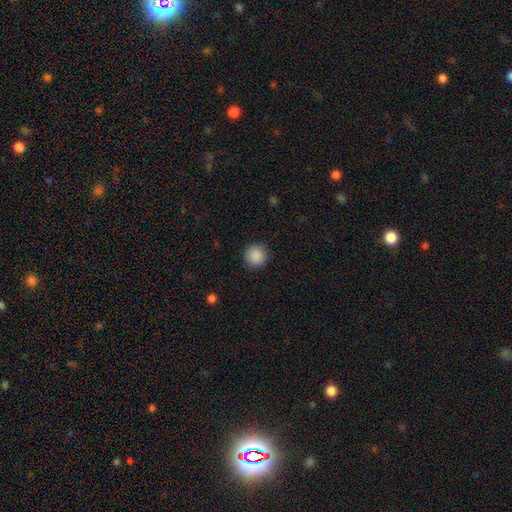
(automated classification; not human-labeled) Smooth or featured: smooth — 89% (star or artifact — 8%)
How rounded: round — 95% (in between — 4%)
Merging: none — 90% (minor disturbance — 7%)